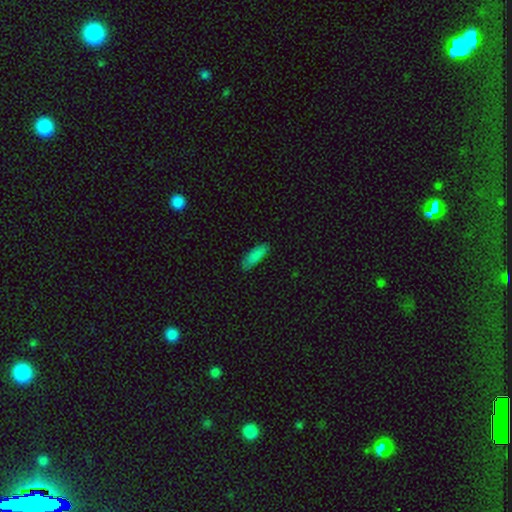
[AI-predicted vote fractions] A smooth galaxy with no disk features (87%) that is in between round and cigar-shaped (62%). Merging: none (80%).